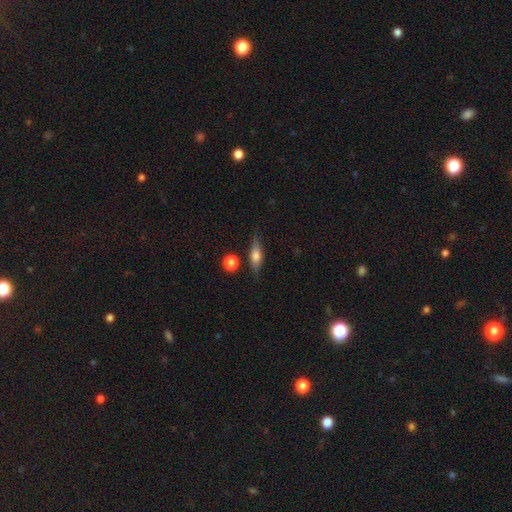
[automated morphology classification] Smooth or featured? Predicted: smooth (p=0.61). How rounded? Predicted: in between (p=0.47). Merging? Predicted: none (p=0.77).